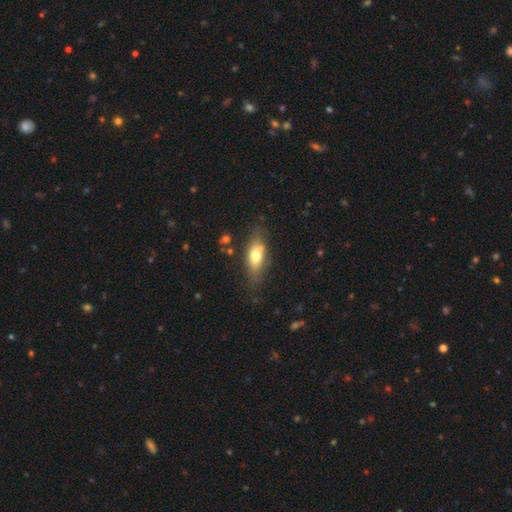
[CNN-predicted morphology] Smooth or featured: smooth — 67% (featured or disk — 25%)
How rounded: in between — 76% (cigar-shaped — 19%)
Merging: none — 71% (minor disturbance — 19%)